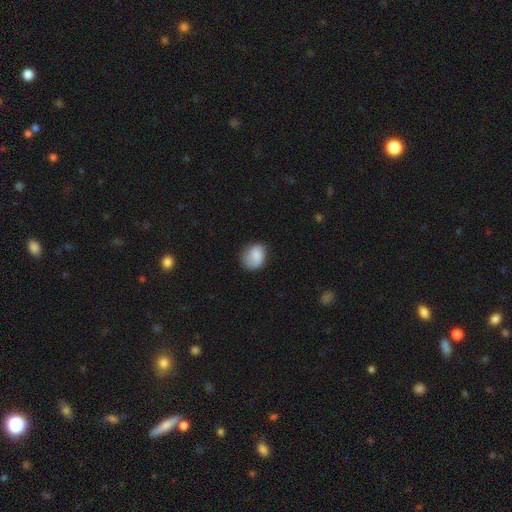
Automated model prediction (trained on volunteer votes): Q: Smooth or featured?
A: smooth (77%); runner-up: featured or disk (16%)
Q: How rounded?
A: round (52%); runner-up: in between (47%)
Q: Merging?
A: none (59%); runner-up: minor disturbance (29%)